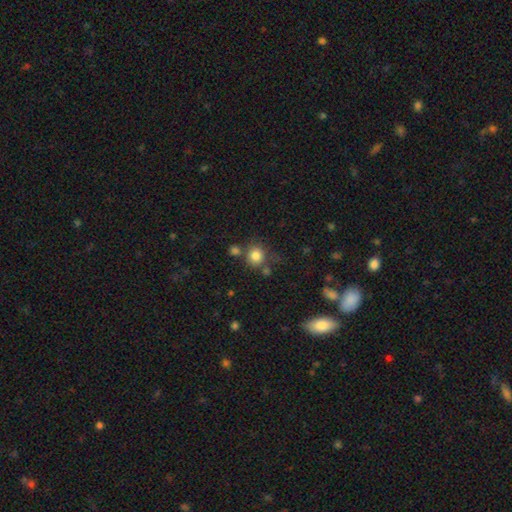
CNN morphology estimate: type=smooth (82%); roundness=round (88%); merging=none (70%).